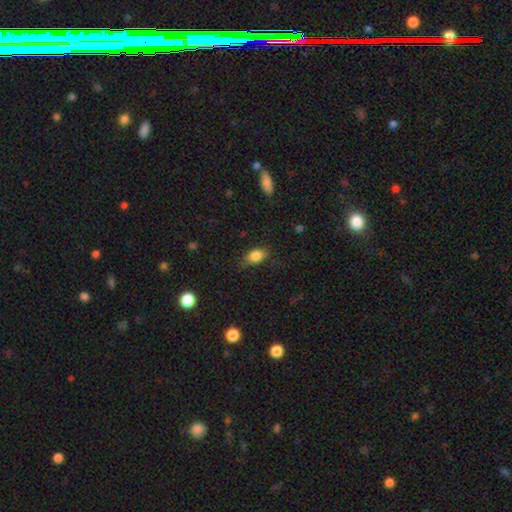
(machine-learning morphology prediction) type=smooth (83%); roundness=in between (84%); merging=none (71%).